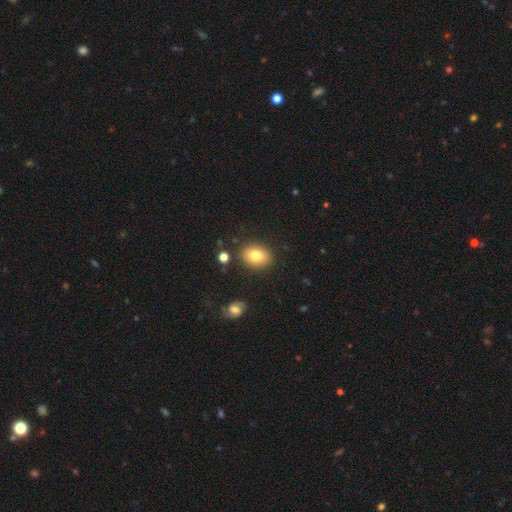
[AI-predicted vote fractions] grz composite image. It shows a smooth galaxy with no disk features (81%) that is in between round and cigar-shaped (68%). Merging: none (85%).